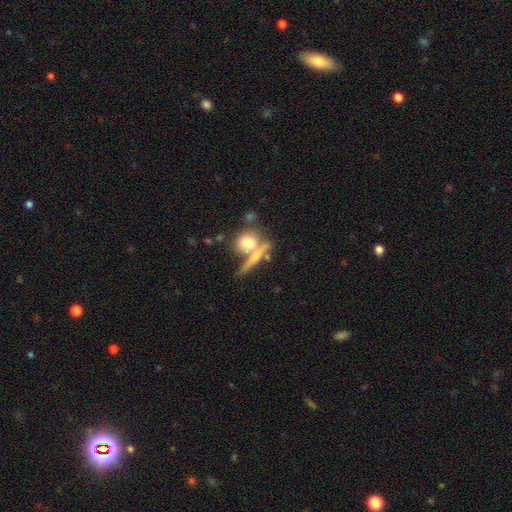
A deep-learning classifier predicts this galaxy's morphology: smooth_or_featured: smooth (p=0.57) [alt: featured or disk p=0.34]
how_rounded: round (p=0.38) [alt: cigar-shaped p=0.35]
merging: none (p=0.44) [alt: merger p=0.38]